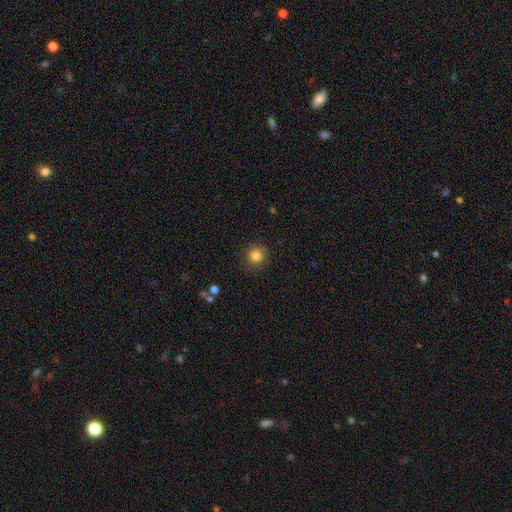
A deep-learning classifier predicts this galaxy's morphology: This is clearly a smooth galaxy (84%). How rounded: clearly round (91%). Merging: clearly none (86%).